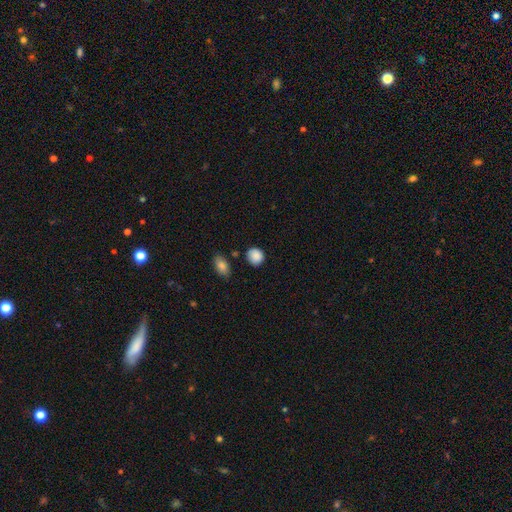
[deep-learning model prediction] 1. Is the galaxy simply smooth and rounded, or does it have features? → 88% smooth, 8% star or artifact, 4% featured or disk.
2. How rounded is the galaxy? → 82% round, 17% in between, 1% cigar-shaped.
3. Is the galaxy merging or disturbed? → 81% none, 12% minor disturbance, 4% merger, 3% major disturbance.